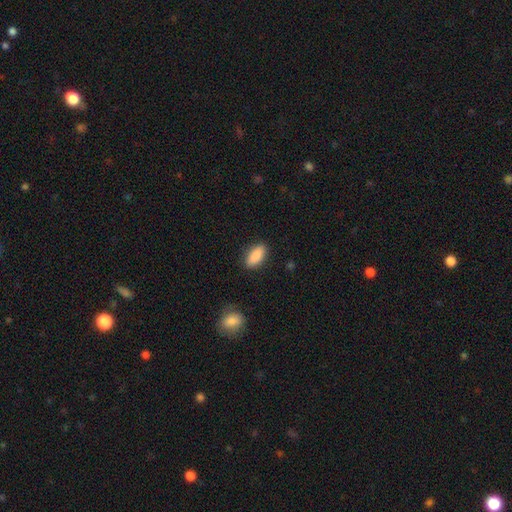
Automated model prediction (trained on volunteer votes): smooth 88%, star or artifact 7%, featured or disk 5%. Down the decision tree: how rounded — in between (85%); merging — none (86%).